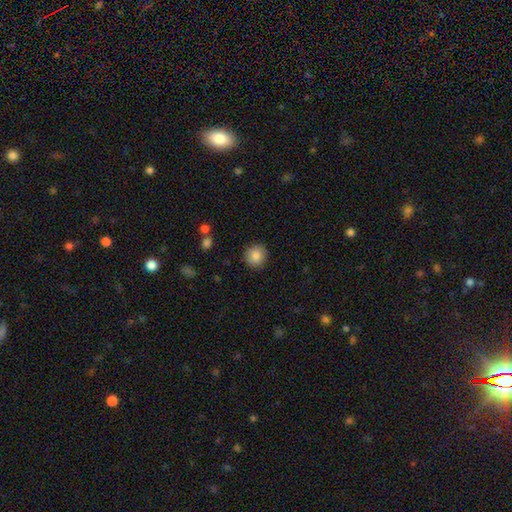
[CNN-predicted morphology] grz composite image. It shows a smooth galaxy with no disk features (86%) that is round (90%). Merging: none (90%).